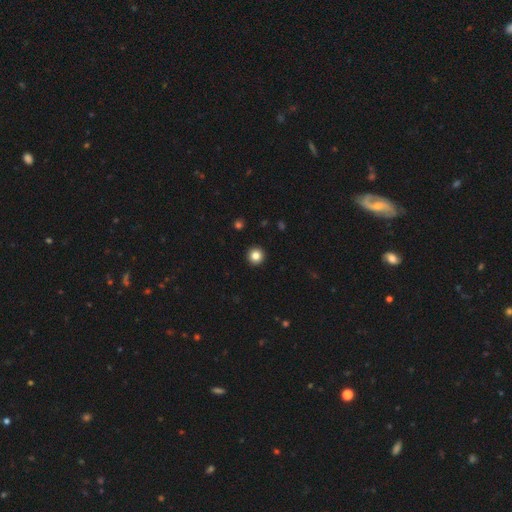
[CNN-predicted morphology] Smooth or featured: smooth — 84% (star or artifact — 11%)
How rounded: round — 96% (in between — 3%)
Merging: none — 94% (minor disturbance — 4%)